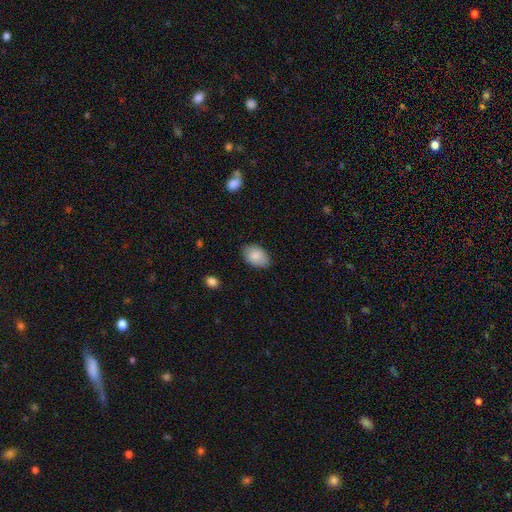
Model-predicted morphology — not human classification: smooth-or-featured: smooth: 86% | featured or disk: 8% | star or artifact: 7%
  how-rounded: in between: 89% | round: 10% | cigar-shaped: 1%
  merging: none: 82% | minor disturbance: 14% | major disturbance: 3% | merger: 1%